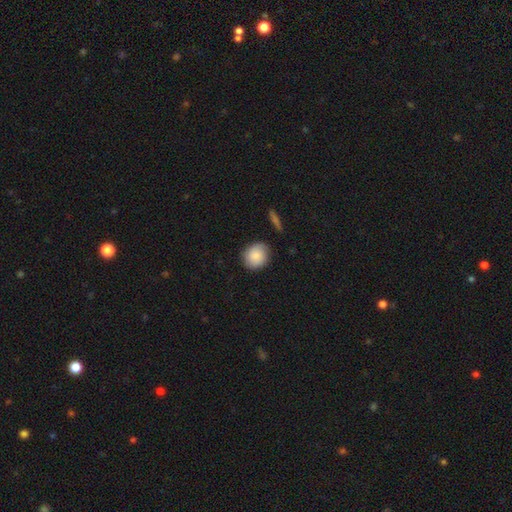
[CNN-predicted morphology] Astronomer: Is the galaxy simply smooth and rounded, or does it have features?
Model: smooth — 77%.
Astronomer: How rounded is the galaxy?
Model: round — 75%.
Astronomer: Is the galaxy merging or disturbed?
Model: none — 80%.